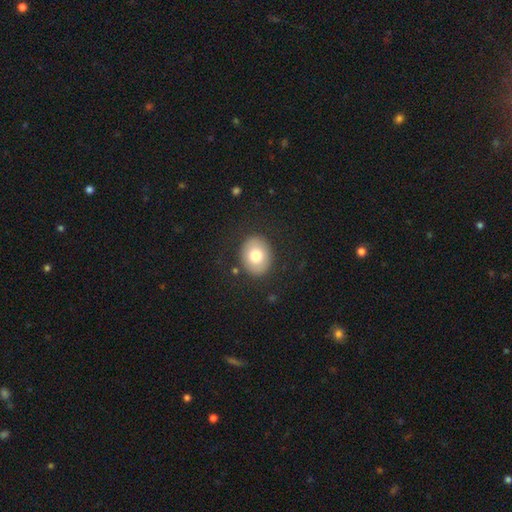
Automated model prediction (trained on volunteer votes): A smooth galaxy with no disk features (76%) that is round (51%).

Vote fractions:
- Smooth or featured? smooth: 76% / featured or disk: 16% / star or artifact: 8%
- How rounded? round: 51% / in between: 48% / cigar-shaped: 1%
- Merging? none: 87% / minor disturbance: 9% / major disturbance: 3% / merger: 1%